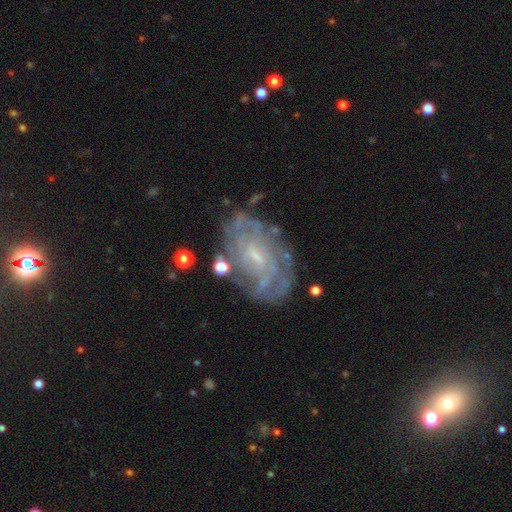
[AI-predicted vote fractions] A featured or disk galaxy (81%) with no bar (46%), tight (68%) spiral arms (86%) and a small central bulge (71%).

Vote fractions:
- Smooth or featured? featured or disk: 81% / smooth: 12% / star or artifact: 7%
- Edge-on disk? no: 96% / yes: 4%
- Bar? no: 46% / weak: 45% / strong: 9%
- Spiral arms? yes: 86% / no: 14%
- Spiral winding? tight: 68% / medium: 25% / loose: 8%
- Spiral arm count? can't tell: 54% / 2: 14% / 3: 11% / 4: 11% / more than 4: 6% / 1: 5%
- Bulge size? small: 71% / moderate: 17% / none: 9% / large: 1% / dominant: 1%
- Merging? none: 70% / minor disturbance: 19% / major disturbance: 8% / merger: 3%